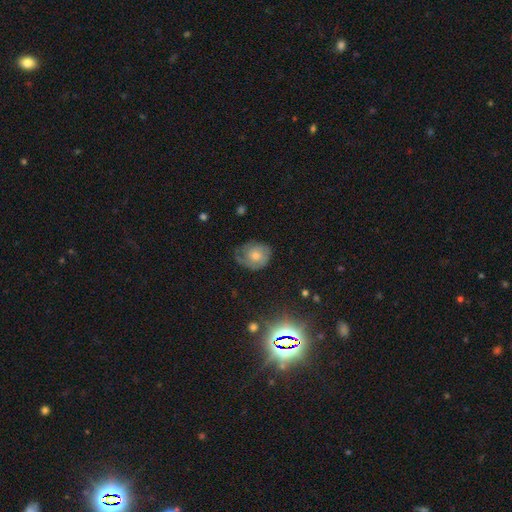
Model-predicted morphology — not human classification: The model was most divided on "smooth or featured": smooth: 46%, featured or disk: 45%, star or artifact: 9%. More confident: merging — none (57%).